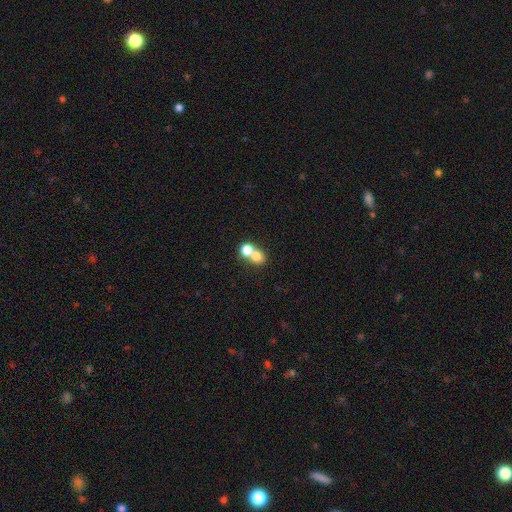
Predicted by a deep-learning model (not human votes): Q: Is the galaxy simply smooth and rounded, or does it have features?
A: smooth — 73%.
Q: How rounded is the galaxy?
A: round — 69%.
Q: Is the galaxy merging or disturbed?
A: merger — 64%.